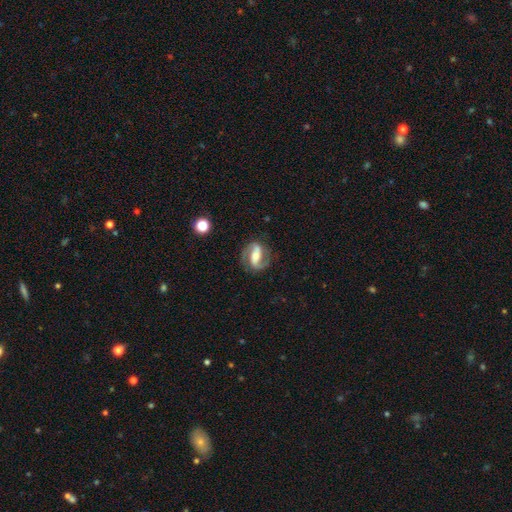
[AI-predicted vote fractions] smooth_or_featured: featured or disk (p=0.83) [alt: smooth p=0.11]
disk_edge_on: no (p=0.96) [alt: yes p=0.04]
bar: strong (p=0.57) [alt: weak p=0.26]
has_spiral_arms: yes (p=0.93) [alt: no p=0.07]
spiral_winding: medium (p=0.50) [alt: tight p=0.28]
spiral_arm_count: 2 (p=0.91) [alt: can't tell p=0.03]
bulge_size: moderate (p=0.57) [alt: small p=0.29]
merging: none (p=0.80) [alt: minor disturbance p=0.13]